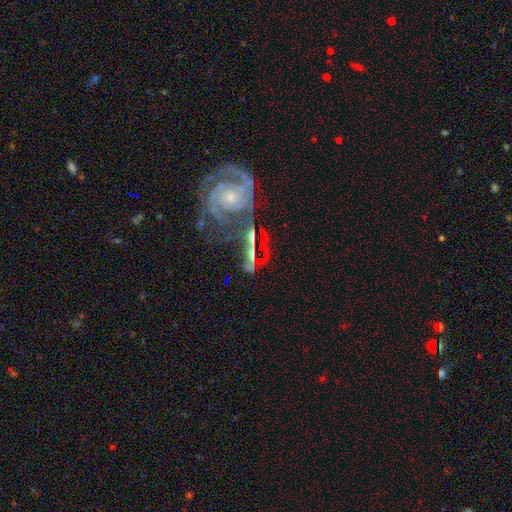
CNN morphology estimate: Q: Smooth or featured?
A: featured or disk (76%); runner-up: star or artifact (14%)
Q: Edge-on disk?
A: no (93%); runner-up: yes (7%)
Q: Bar?
A: no (61%); runner-up: weak (24%)
Q: Spiral arms?
A: yes (94%); runner-up: no (6%)
Q: Spiral winding?
A: tight (64%); runner-up: medium (28%)
Q: Spiral arm count?
A: 2 (59%); runner-up: can't tell (14%)
Q: Bulge size?
A: small (69%); runner-up: moderate (24%)
Q: Merging?
A: none (57%); runner-up: minor disturbance (18%)